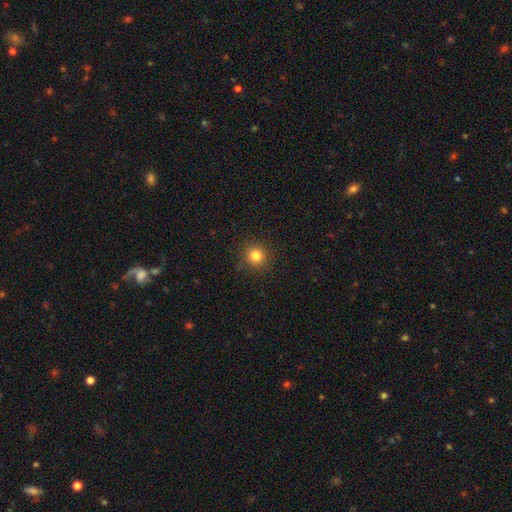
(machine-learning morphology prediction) Smooth or featured? smooth (83%)
How rounded? round (93%)
Merging? none (89%)